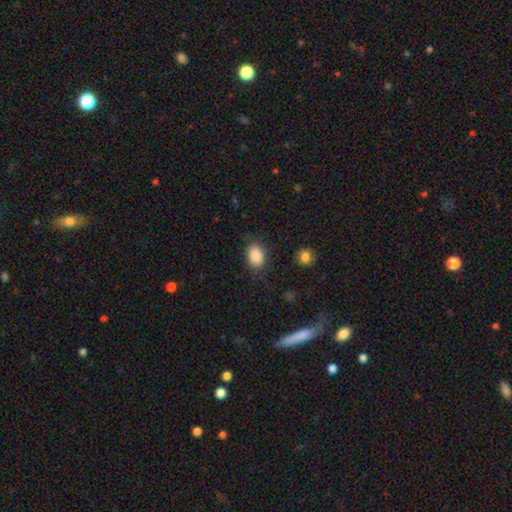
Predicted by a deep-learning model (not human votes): The model was most divided on "how rounded": in between: 79%, round: 20%, cigar-shaped: 1%. More confident: smooth or featured — smooth (87%); merging — none (78%).